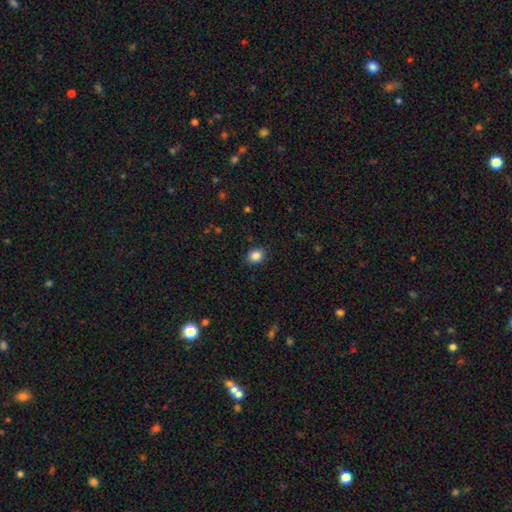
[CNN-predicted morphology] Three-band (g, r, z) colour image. It shows a smooth galaxy with no disk features (87%) that is round (68%). Merging: none (87%).